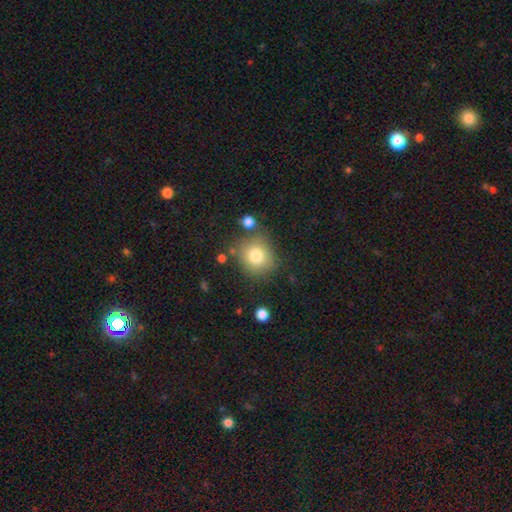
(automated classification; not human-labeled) Overall: smooth (79%). How rounded: round (83%). Merging: none (74%).